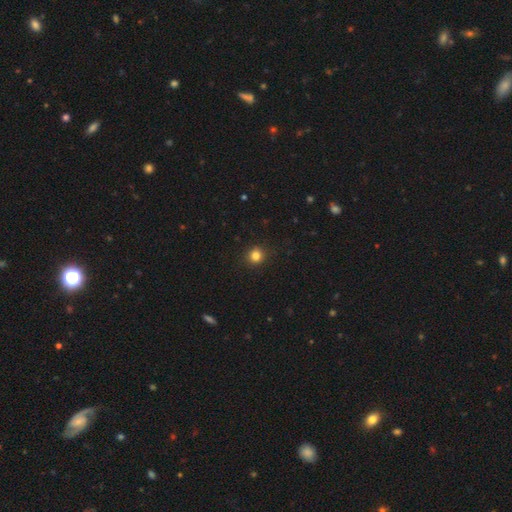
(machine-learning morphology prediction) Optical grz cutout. It shows a smooth galaxy with no disk features (83%) that is round (89%). Merging: none (91%).